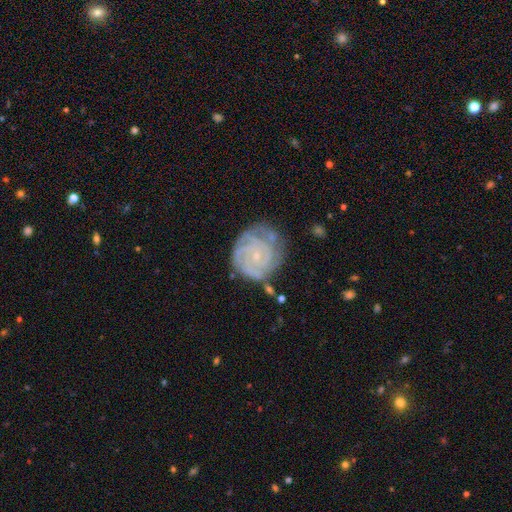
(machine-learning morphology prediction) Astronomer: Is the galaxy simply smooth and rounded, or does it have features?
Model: featured or disk — 85%.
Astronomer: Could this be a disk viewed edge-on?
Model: no — 98%.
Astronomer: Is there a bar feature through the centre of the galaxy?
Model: no — 75%.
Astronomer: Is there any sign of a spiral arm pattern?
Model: yes — 97%.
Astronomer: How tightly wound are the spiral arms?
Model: tight — 79%.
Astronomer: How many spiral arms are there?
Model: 3 — 31% (runner-up: can't tell, 21%).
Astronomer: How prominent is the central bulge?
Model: small — 82%.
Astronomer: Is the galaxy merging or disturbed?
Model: none — 67%.